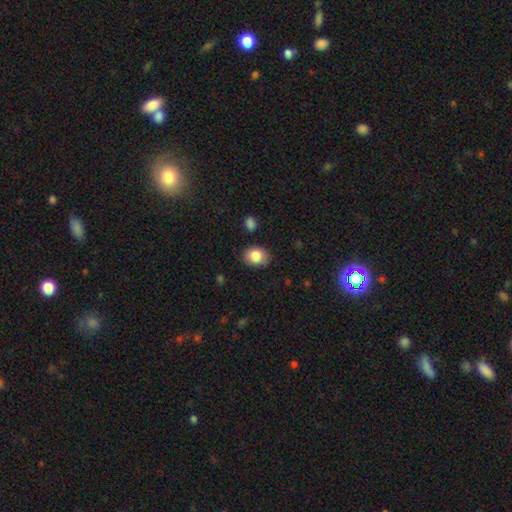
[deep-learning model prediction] Smooth or featured: smooth — 85% (star or artifact — 8%)
How rounded: in between — 60% (round — 39%)
Merging: none — 84% (minor disturbance — 12%)